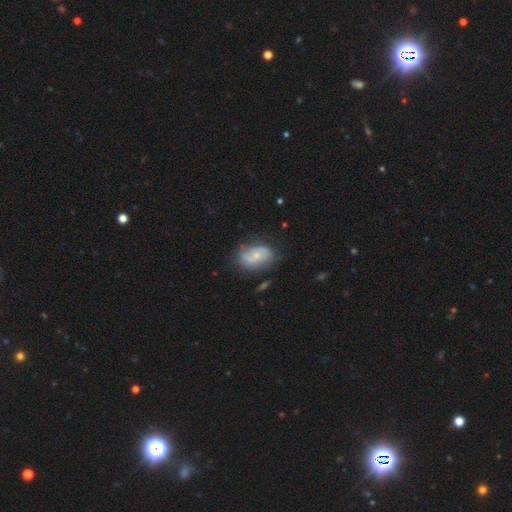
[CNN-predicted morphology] A featured or disk galaxy (48%).

Vote fractions:
- Smooth or featured? featured or disk: 48% / smooth: 45% / star or artifact: 8%
- Merging? none: 61% / minor disturbance: 26% / major disturbance: 9% / merger: 3%